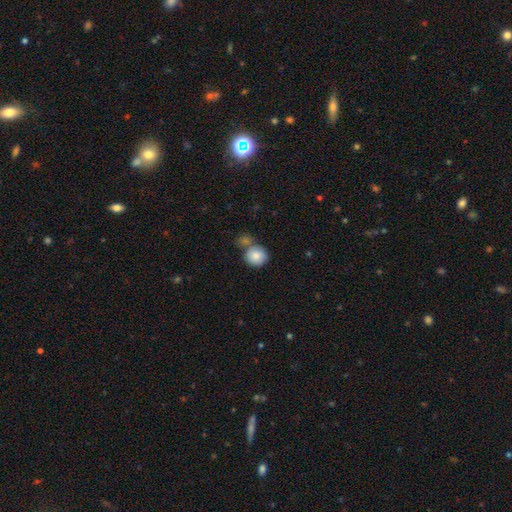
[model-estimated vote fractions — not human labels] smooth-or-featured: smooth: 84% | featured or disk: 9% | star or artifact: 7%
  how-rounded: round: 85% | in between: 14% | cigar-shaped: 1%
  merging: none: 49% | merger: 34% | minor disturbance: 13% | major disturbance: 4%